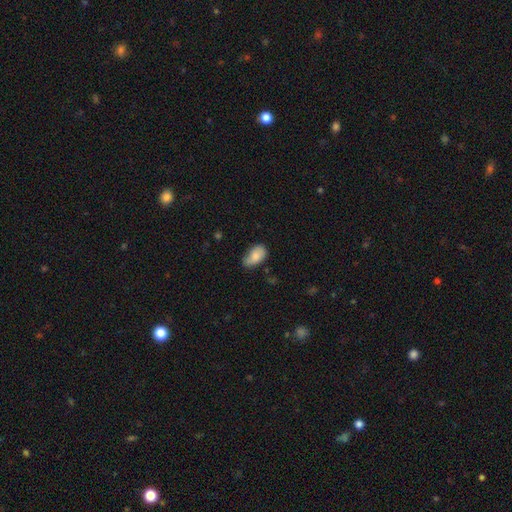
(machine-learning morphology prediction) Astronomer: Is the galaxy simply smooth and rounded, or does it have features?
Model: smooth — 83%.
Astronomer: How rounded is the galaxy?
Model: in between — 92%.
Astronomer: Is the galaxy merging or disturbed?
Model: none — 57% (runner-up: minor disturbance, 34%).